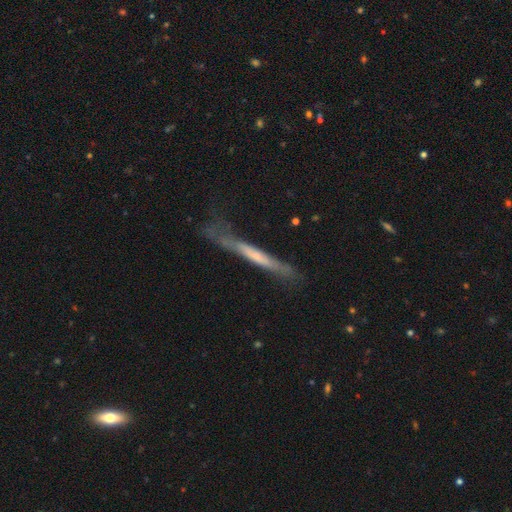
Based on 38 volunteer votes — Overall: featured or disk (55%; smooth 37%). Edge-on disk: yes (90%). Edge-on bulge: none (63%; rounded 26%). Merging: none (51%; minor disturbance 34%).